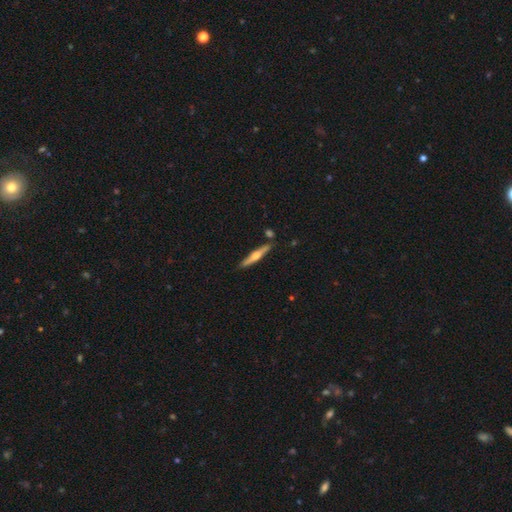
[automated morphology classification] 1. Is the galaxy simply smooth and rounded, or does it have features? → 61% featured or disk, 34% smooth, 5% star or artifact.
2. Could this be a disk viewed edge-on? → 97% yes, 3% no.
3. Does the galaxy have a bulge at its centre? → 89% rounded, 6% none, 5% boxy.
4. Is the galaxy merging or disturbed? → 85% none, 9% minor disturbance, 4% merger, 2% major disturbance.